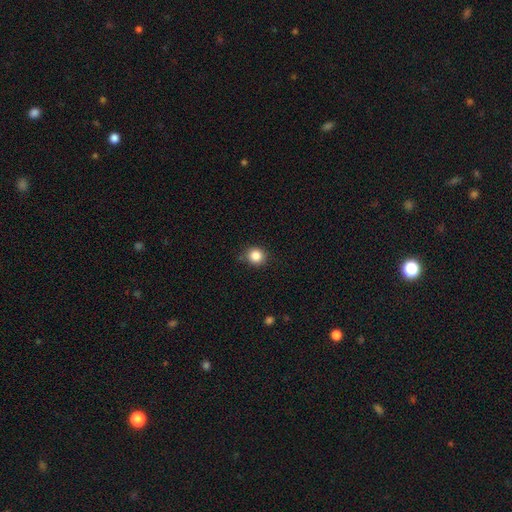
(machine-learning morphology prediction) This appears to be a smooth galaxy with no disk features (85%) that is round (87%). Merging: none (86%).